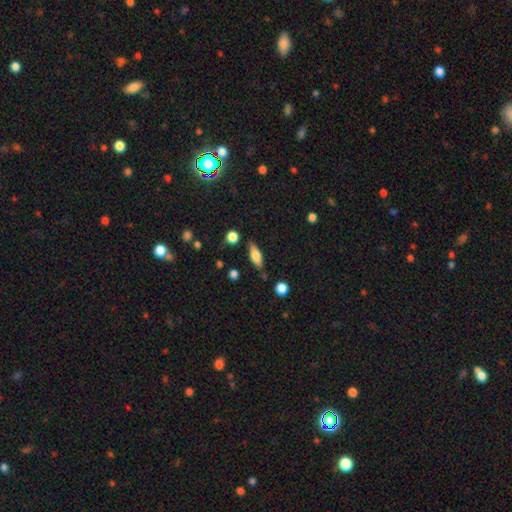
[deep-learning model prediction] smooth-or-featured: smooth: 67% | featured or disk: 26% | star or artifact: 7%
  how-rounded: in between: 59% | cigar-shaped: 38% | round: 3%
  merging: none: 77% | minor disturbance: 16% | merger: 4% | major disturbance: 4%